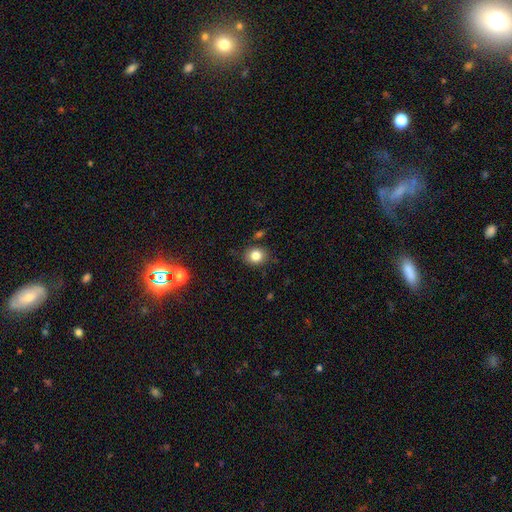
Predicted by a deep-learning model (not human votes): This appears to be a smooth galaxy with no disk features (82%) that is round (67%). Merging: none (83%).